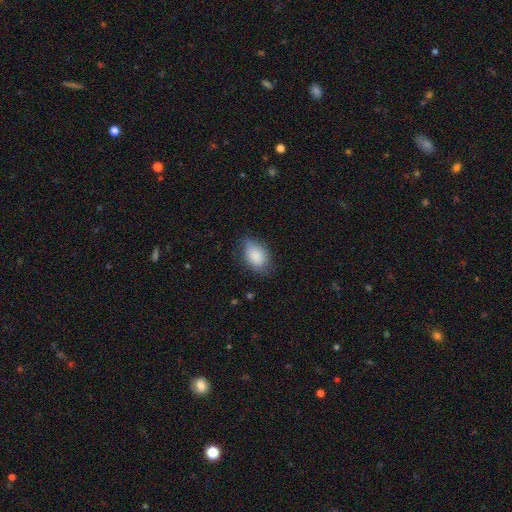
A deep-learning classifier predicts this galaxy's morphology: Smooth or featured? Predicted: smooth (p=0.85). How rounded? Predicted: in between (p=0.83). Merging? Predicted: none (p=0.63).